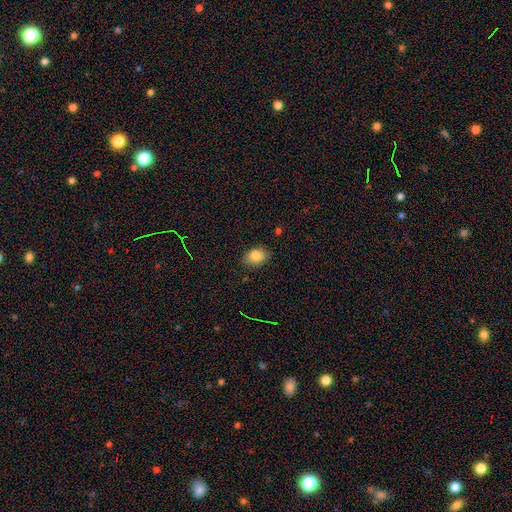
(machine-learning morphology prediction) Smooth or featured?
  - smooth: 83% *
  - star or artifact: 10%
  - featured or disk: 8%
How rounded?
  - in between: 69% *
  - round: 29%
  - cigar-shaped: 1%
Merging?
  - none: 82% *
  - minor disturbance: 14%
  - major disturbance: 3%
  - merger: 1%